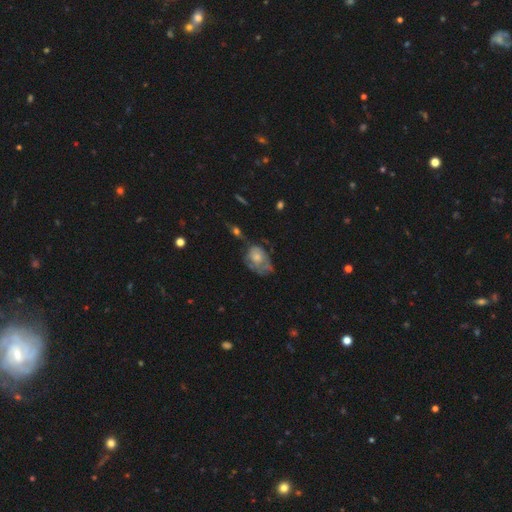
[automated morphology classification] smooth-or-featured: featured or disk: 45% | smooth: 43% | star or artifact: 12%
  merging: none: 38% | minor disturbance: 30% | major disturbance: 25% | merger: 7%